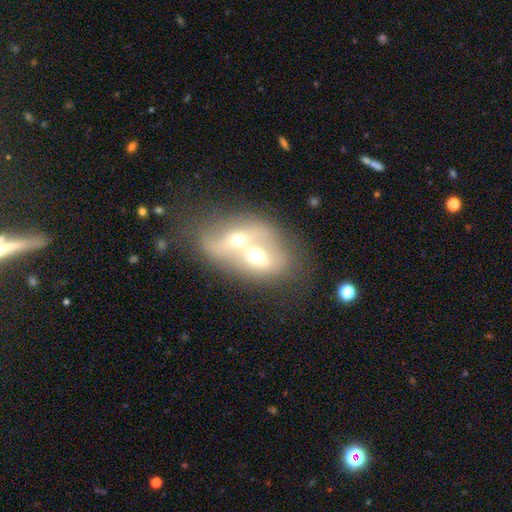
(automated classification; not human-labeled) Smooth or featured? Predicted: smooth (p=0.48). Merging? Predicted: merger (p=0.77).